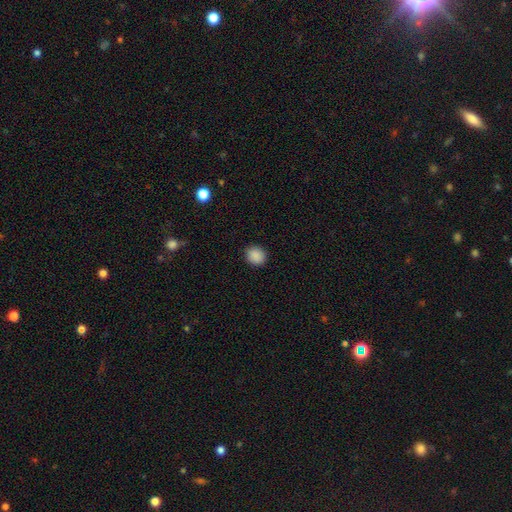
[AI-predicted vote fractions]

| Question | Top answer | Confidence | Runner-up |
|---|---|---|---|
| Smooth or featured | smooth | 89% | star or artifact (9%) |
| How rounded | round | 75% | in between (24%) |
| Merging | none | 90% | minor disturbance (7%) |